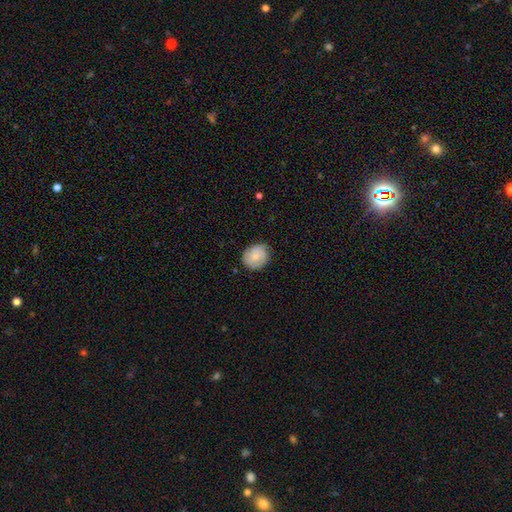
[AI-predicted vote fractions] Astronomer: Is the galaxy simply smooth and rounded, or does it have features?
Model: smooth — 64%.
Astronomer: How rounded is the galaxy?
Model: round — 70%.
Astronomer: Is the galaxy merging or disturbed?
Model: none — 72%.